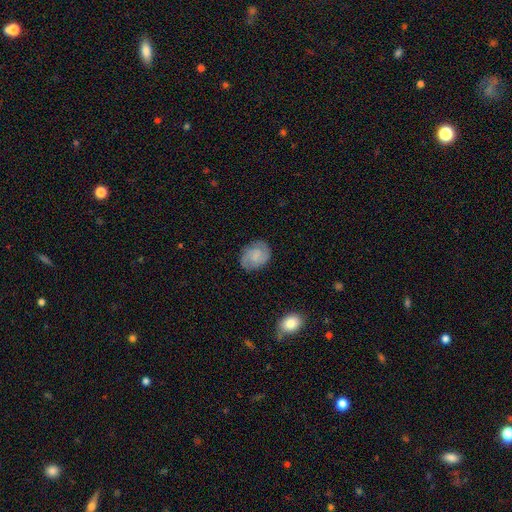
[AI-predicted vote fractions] Q: Smooth or featured?
A: featured or disk (55%); runner-up: smooth (37%)
Q: Edge-on disk?
A: no (97%); runner-up: yes (3%)
Q: Bar?
A: no (47%); runner-up: weak (45%)
Q: Spiral arms?
A: yes (90%); runner-up: no (10%)
Q: Bulge size?
A: none (47%); runner-up: small (29%)
Q: Merging?
A: none (80%); runner-up: minor disturbance (15%)